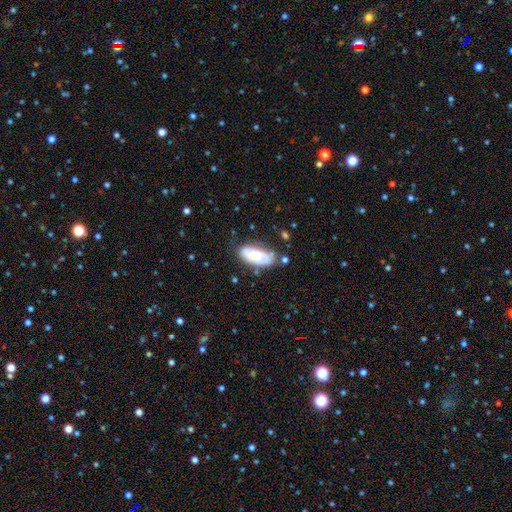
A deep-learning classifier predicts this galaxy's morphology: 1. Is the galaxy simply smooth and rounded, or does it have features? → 65% smooth, 28% featured or disk, 7% star or artifact.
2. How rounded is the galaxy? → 90% in between, 8% cigar-shaped, 2% round.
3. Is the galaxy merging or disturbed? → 61% none, 26% minor disturbance, 8% major disturbance, 6% merger.